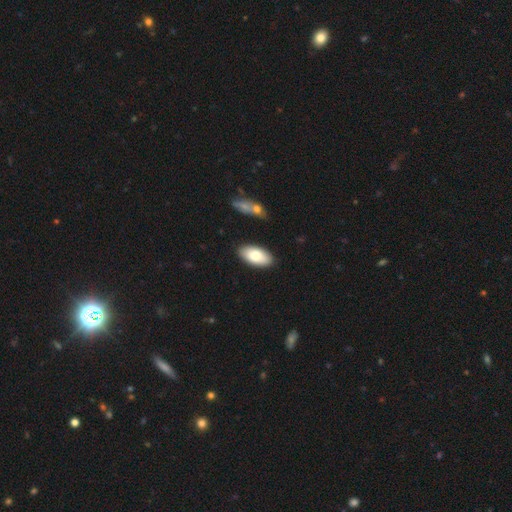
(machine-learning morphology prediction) Smooth or featured?
  - smooth: 78% *
  - featured or disk: 16%
  - star or artifact: 6%
How rounded?
  - in between: 94% *
  - cigar-shaped: 4%
  - round: 2%
Merging?
  - none: 86% *
  - minor disturbance: 9%
  - merger: 2%
  - major disturbance: 2%